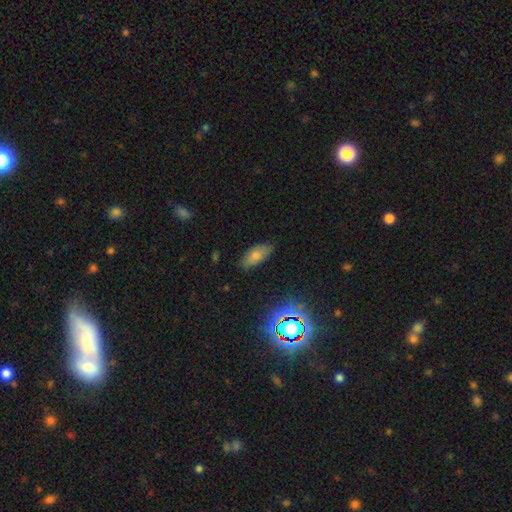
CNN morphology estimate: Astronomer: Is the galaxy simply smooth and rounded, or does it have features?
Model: smooth — 73%.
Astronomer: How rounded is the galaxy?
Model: in between — 89%.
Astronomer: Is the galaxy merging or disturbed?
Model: none — 79%.